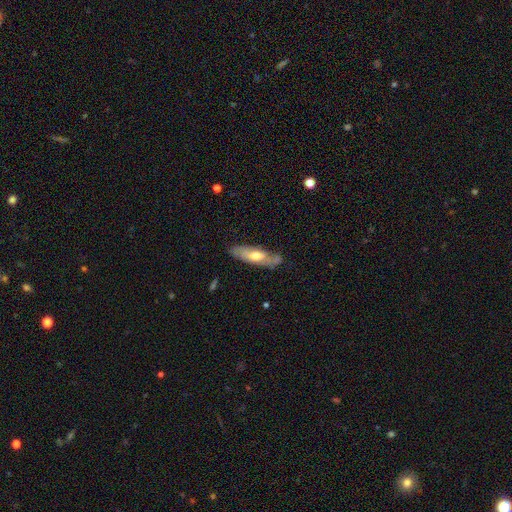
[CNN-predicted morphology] type=featured or disk (51%); edge-on=no (58%); merging=none (72%).